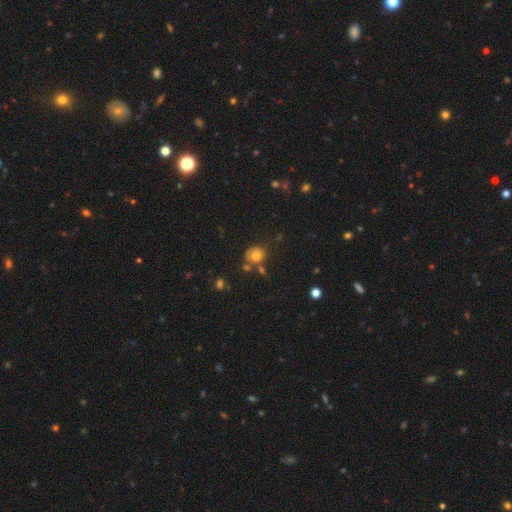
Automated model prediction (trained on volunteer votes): Morphology: type=smooth (76%); roundness=round (75%); merging=none (64%).